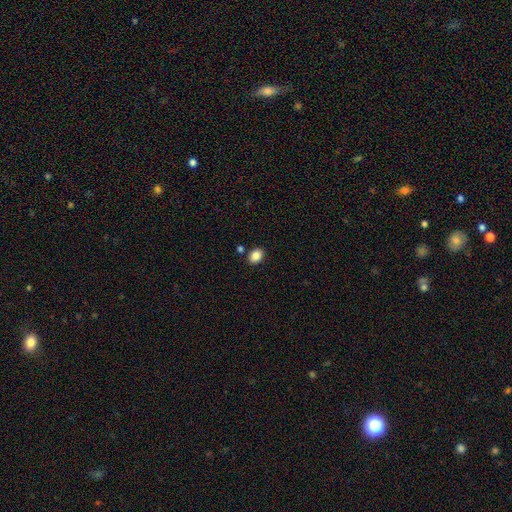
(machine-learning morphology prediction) smooth 86%, star or artifact 9%, featured or disk 4%. Down the decision tree: how rounded — in between (58%); merging — none (85%).